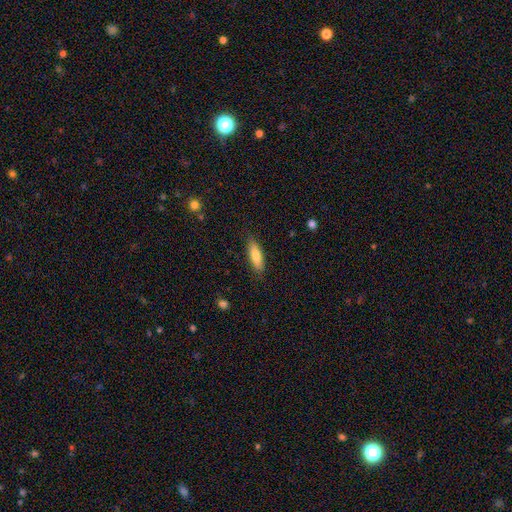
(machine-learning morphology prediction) smooth-or-featured: smooth: 75% | featured or disk: 19% | star or artifact: 6%
  how-rounded: cigar-shaped: 52% | in between: 46% | round: 2%
  merging: none: 84% | minor disturbance: 12% | major disturbance: 3% | merger: 1%